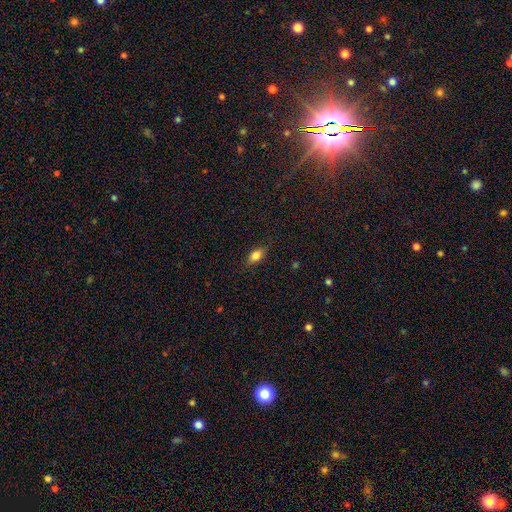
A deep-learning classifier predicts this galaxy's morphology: A smooth galaxy with no disk features (80%) that is in between round and cigar-shaped (84%). Merging: none (81%).